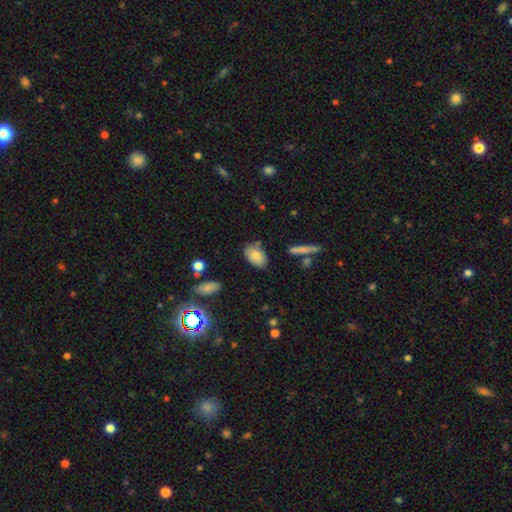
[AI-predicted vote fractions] Q: Smooth or featured?
A: smooth (79%); runner-up: featured or disk (13%)
Q: How rounded?
A: in between (91%); runner-up: round (7%)
Q: Merging?
A: none (77%); runner-up: minor disturbance (16%)